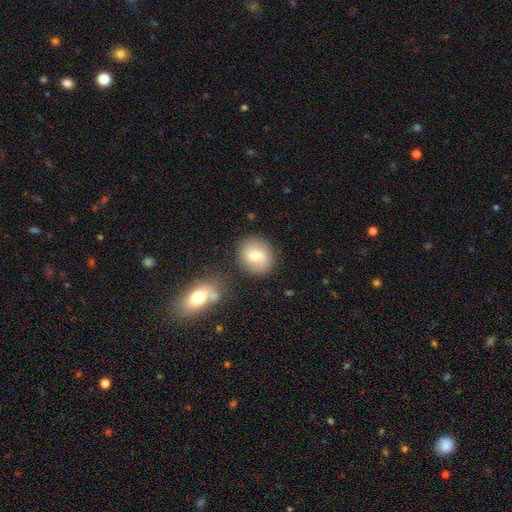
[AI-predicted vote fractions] A smooth galaxy with no disk features (71%) that is round (80%). Merging: none (77%).